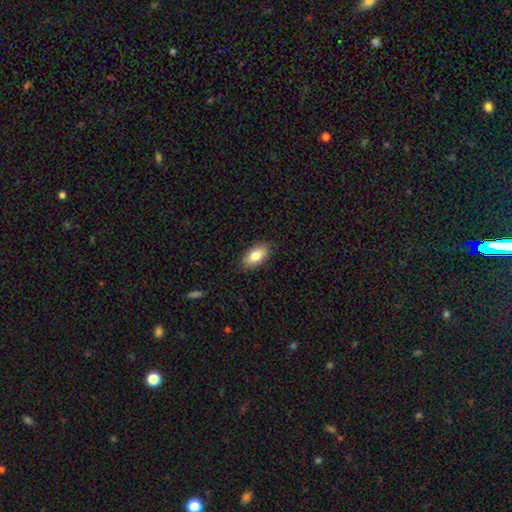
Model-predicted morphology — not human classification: A smooth galaxy with no disk features (81%) that is in between round and cigar-shaped (92%). Merging: none (87%).